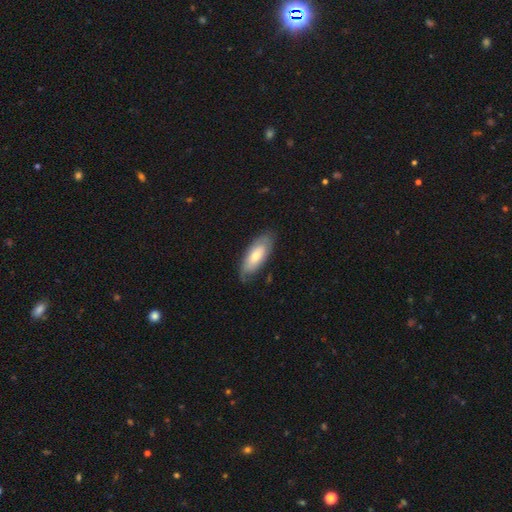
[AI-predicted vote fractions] Smooth or featured: smooth — 64% (featured or disk — 31%)
How rounded: in between — 77% (cigar-shaped — 21%)
Merging: none — 73% (minor disturbance — 21%)